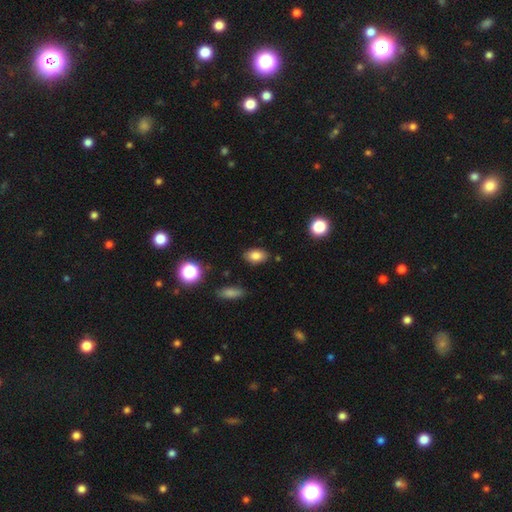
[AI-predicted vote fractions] Smooth or featured? Predicted: smooth (p=0.82). How rounded? Predicted: in between (p=0.87). Merging? Predicted: none (p=0.85).